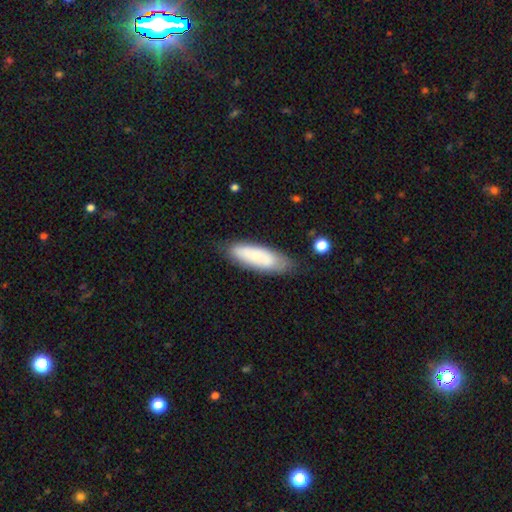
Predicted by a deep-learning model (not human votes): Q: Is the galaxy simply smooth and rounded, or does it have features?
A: smooth — 74%.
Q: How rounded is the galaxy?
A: in between — 52%.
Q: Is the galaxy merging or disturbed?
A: none — 74%.